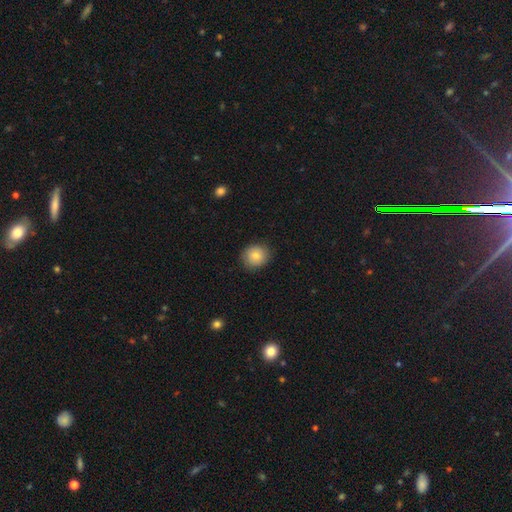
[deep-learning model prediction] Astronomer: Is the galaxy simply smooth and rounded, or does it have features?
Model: smooth — 80%.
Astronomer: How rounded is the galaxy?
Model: round — 81%.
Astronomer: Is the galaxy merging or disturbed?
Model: none — 86%.